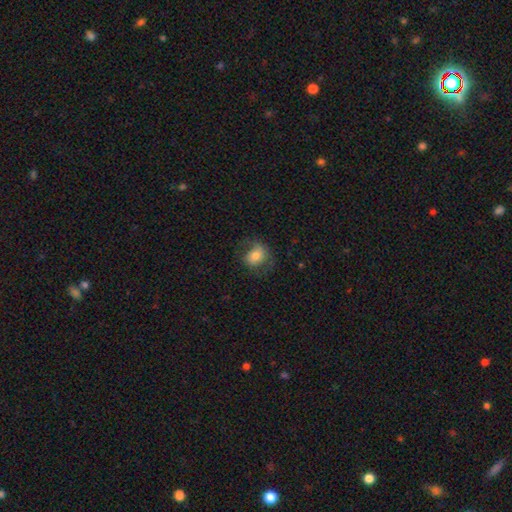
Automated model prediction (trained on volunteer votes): smooth-or-featured: smooth: 70% | featured or disk: 22% | star or artifact: 9%
  how-rounded: round: 50% | in between: 49% | cigar-shaped: 1%
  merging: none: 65% | minor disturbance: 21% | major disturbance: 13% | merger: 1%